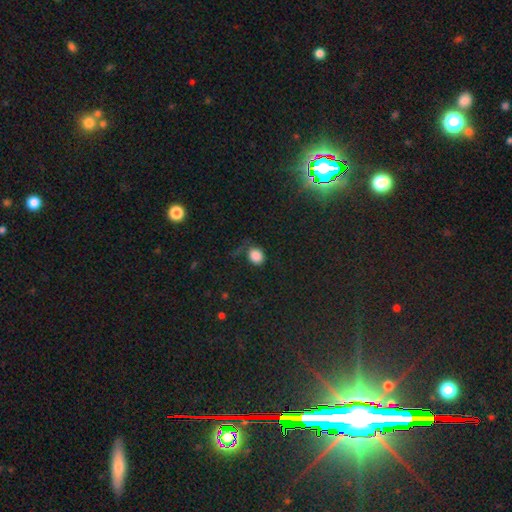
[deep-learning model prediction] Smooth or featured: smooth — 83% (star or artifact — 11%)
How rounded: round — 62% (in between — 36%)
Merging: none — 61% (minor disturbance — 22%)